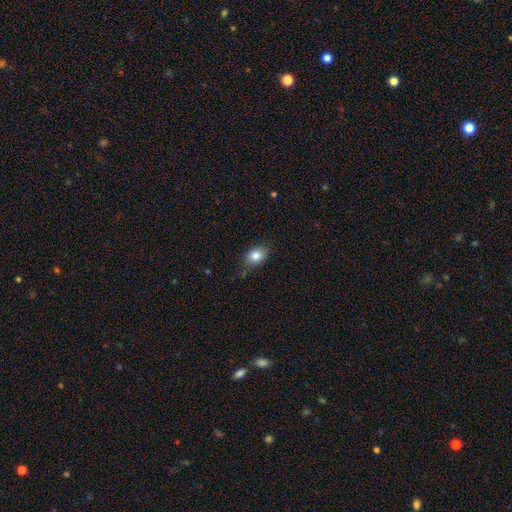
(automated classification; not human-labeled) A smooth galaxy with no disk features (83%) that is in between round and cigar-shaped (65%).

Vote fractions:
- Smooth or featured? smooth: 83% / star or artifact: 9% / featured or disk: 8%
- How rounded? in between: 65% / round: 33% / cigar-shaped: 1%
- Merging? none: 75% / minor disturbance: 19% / major disturbance: 4% / merger: 2%